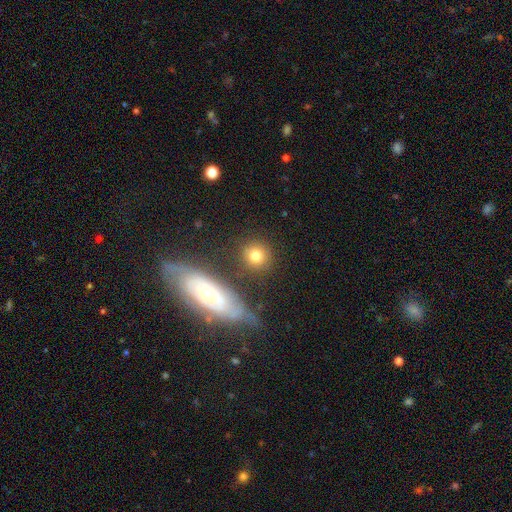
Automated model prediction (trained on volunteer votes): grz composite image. It shows a smooth galaxy with no disk features (77%) that is round (88%). Merging: none (80%).